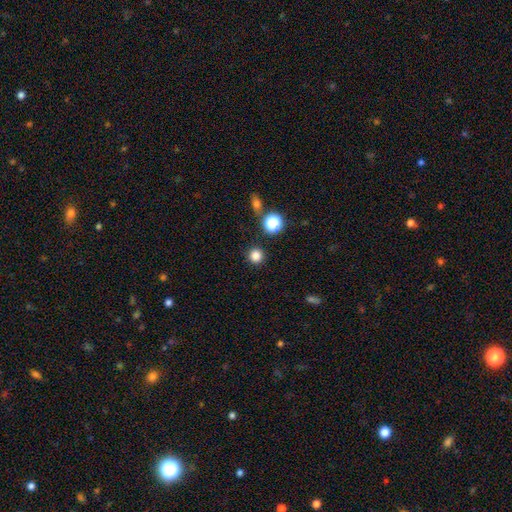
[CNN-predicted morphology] Overall: smooth (82%). How rounded: round (94%). Merging: none (90%).